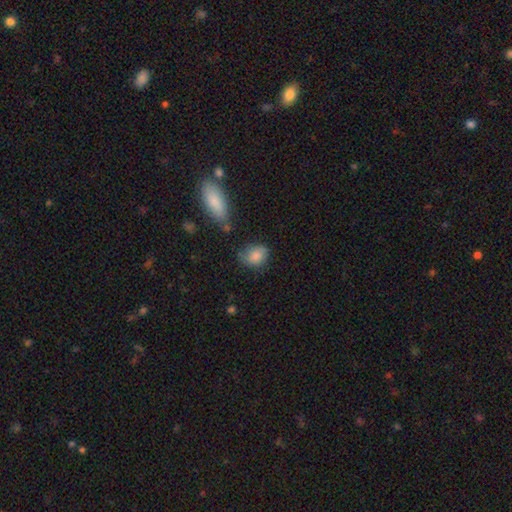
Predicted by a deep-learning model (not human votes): A smooth galaxy with no disk features (83%) that is in between round and cigar-shaped (64%).

Vote fractions:
- Smooth or featured? smooth: 83% / featured or disk: 9% / star or artifact: 8%
- How rounded? in between: 64% / round: 34% / cigar-shaped: 2%
- Merging? none: 61% / minor disturbance: 27% / major disturbance: 7% / merger: 5%